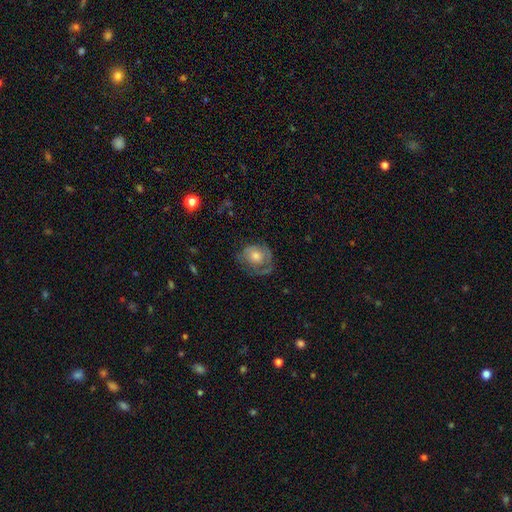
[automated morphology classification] Smooth or featured? Predicted: featured or disk (p=0.50). Merging? Predicted: none (p=0.57).